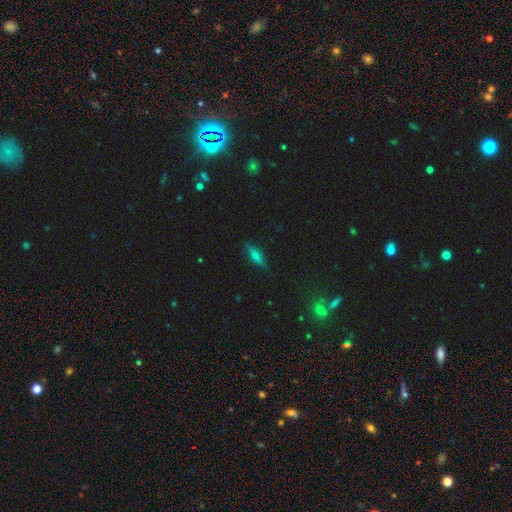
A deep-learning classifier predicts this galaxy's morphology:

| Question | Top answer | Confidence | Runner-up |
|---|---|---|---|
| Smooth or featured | smooth | 45% | featured or disk (42%) |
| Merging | none | 86% | minor disturbance (11%) |